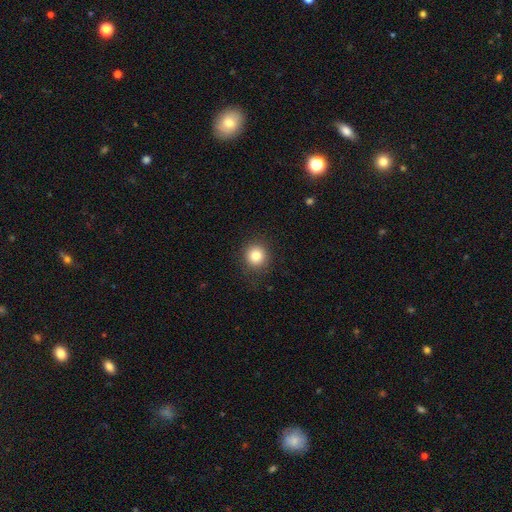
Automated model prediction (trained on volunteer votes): This appears to be a smooth galaxy with no disk features (83%) that is round (91%). Merging: none (88%).